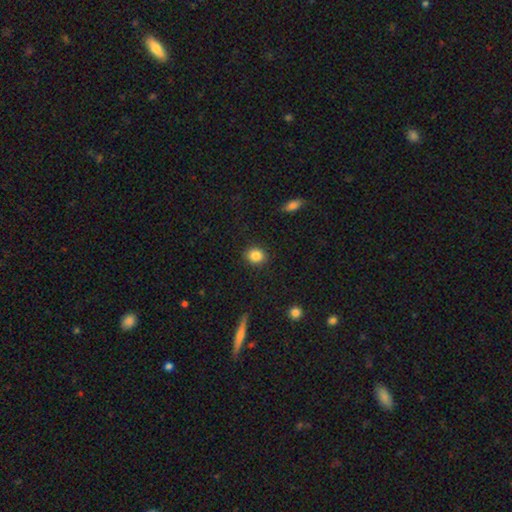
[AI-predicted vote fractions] A smooth galaxy with no disk features (85%) that is round (64%).

Vote fractions:
- Smooth or featured? smooth: 85% / star or artifact: 9% / featured or disk: 5%
- How rounded? round: 64% / in between: 34% / cigar-shaped: 1%
- Merging? none: 89% / minor disturbance: 7% / major disturbance: 2% / merger: 1%